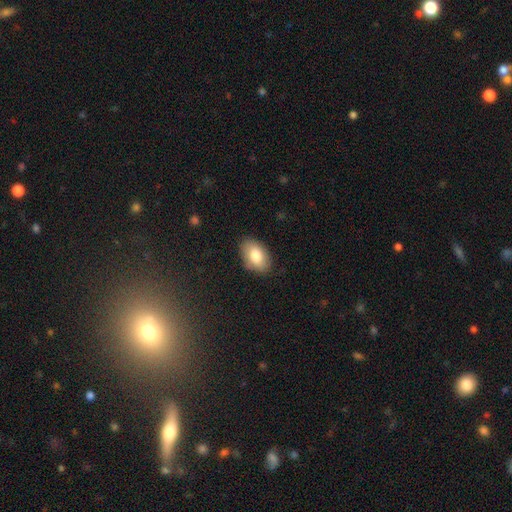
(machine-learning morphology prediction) Q: Smooth or featured?
A: smooth (81%); runner-up: featured or disk (13%)
Q: How rounded?
A: in between (91%); runner-up: round (7%)
Q: Merging?
A: none (84%); runner-up: minor disturbance (12%)